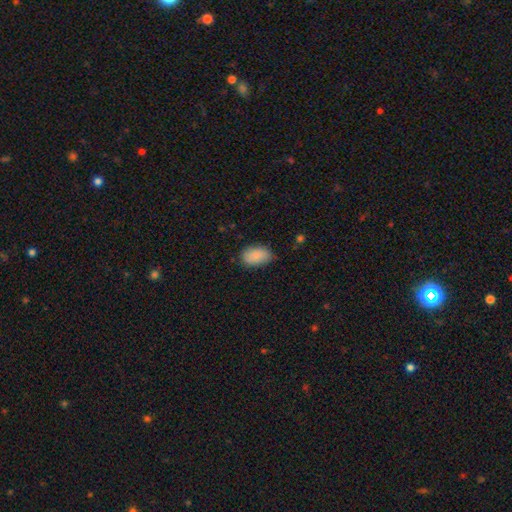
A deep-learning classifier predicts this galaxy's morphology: This appears to be a smooth galaxy with no disk features (87%) that is in between round and cigar-shaped (90%). Merging: none (74%).